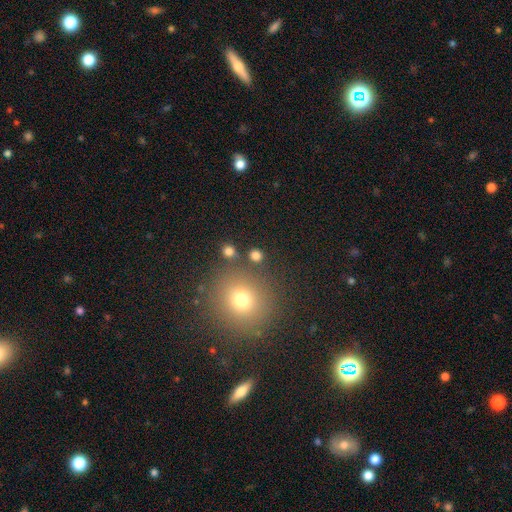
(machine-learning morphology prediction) A smooth galaxy with no disk features (77%) that is round (86%). Merging: none (83%).